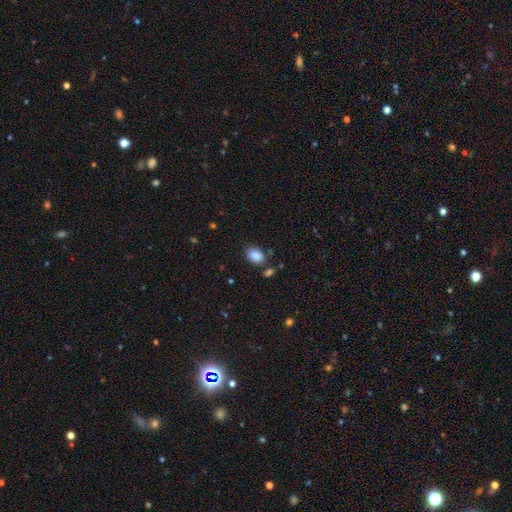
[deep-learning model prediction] Overall: smooth (88%). How rounded: in between (81%). Merging: none (77%).